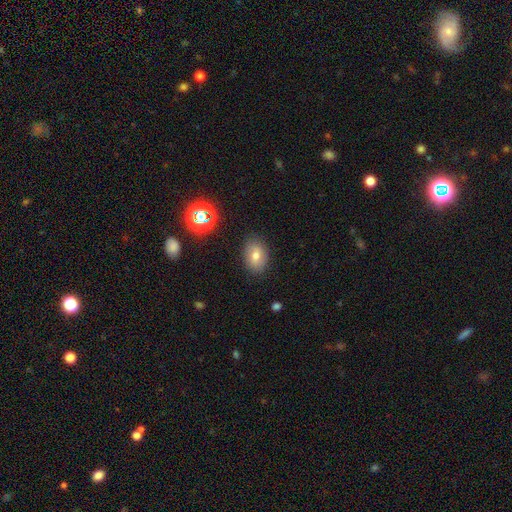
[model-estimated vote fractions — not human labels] Smooth or featured? Predicted: smooth (p=0.72). How rounded? Predicted: in between (p=0.78). Merging? Predicted: none (p=0.85).